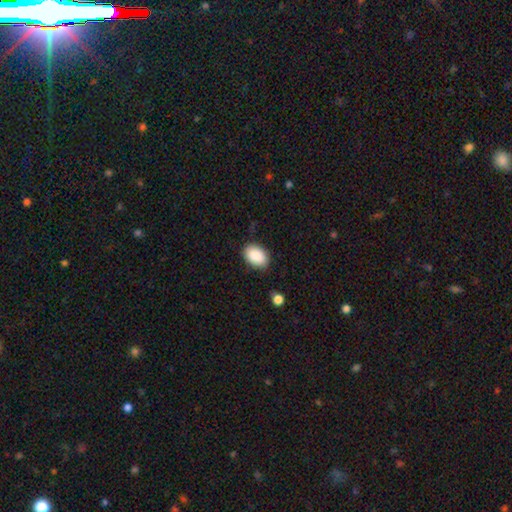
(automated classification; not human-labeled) A smooth galaxy with no disk features (89%) that is in between round and cigar-shaped (88%). Merging: none (83%).